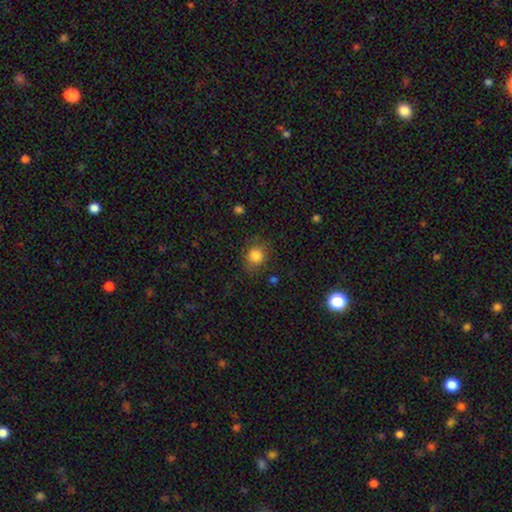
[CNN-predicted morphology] The model was most divided on "how rounded": round: 74%, in between: 25%, cigar-shaped: 1%. More confident: smooth or featured — smooth (83%); merging — none (77%).